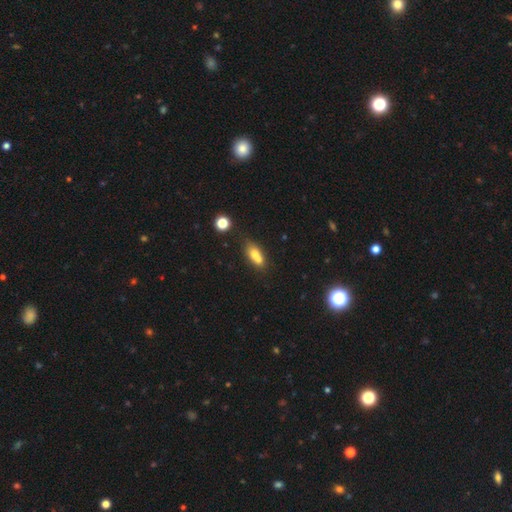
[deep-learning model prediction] Smooth or featured: smooth — 69% (featured or disk — 20%)
How rounded: in between — 72% (round — 15%)
Merging: merger — 46% (none — 37%)